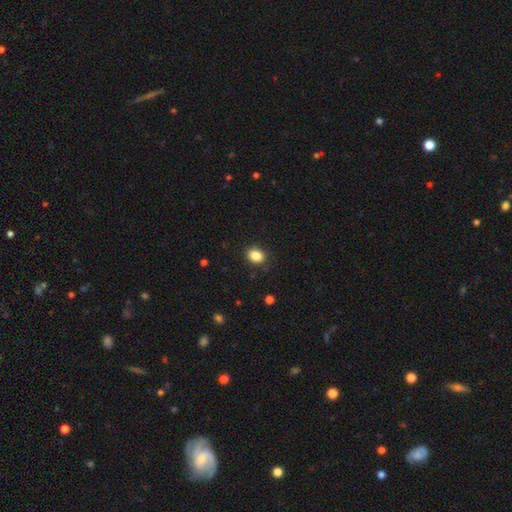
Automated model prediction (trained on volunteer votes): smooth 86%, star or artifact 10%, featured or disk 5%. Down the decision tree: how rounded — in between (62%); merging — none (87%).